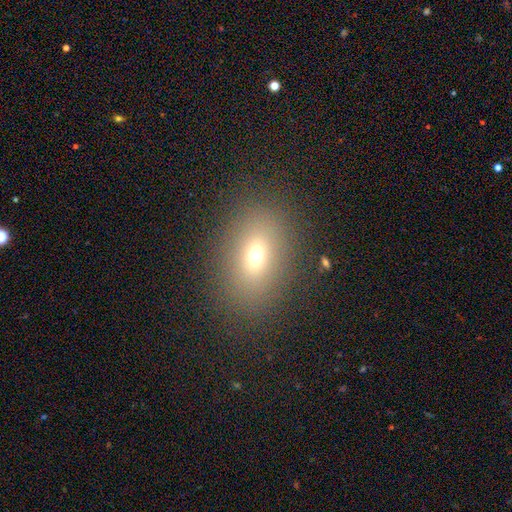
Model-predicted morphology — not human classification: Overall: smooth (67%). How rounded: in between (77%). Merging: none (86%).